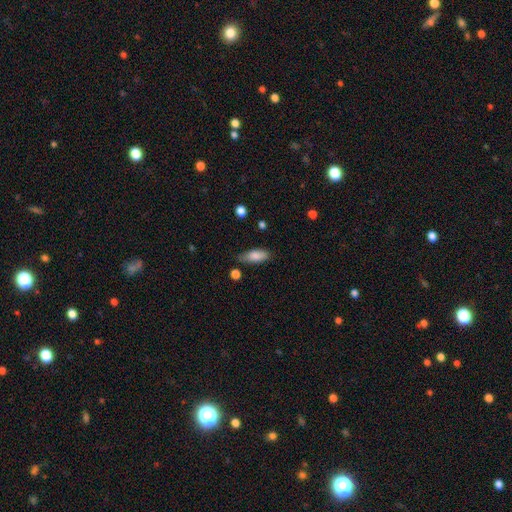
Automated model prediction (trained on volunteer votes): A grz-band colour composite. It shows a smooth galaxy with no disk features (84%) that is in between round and cigar-shaped (75%). Merging: none (69%).